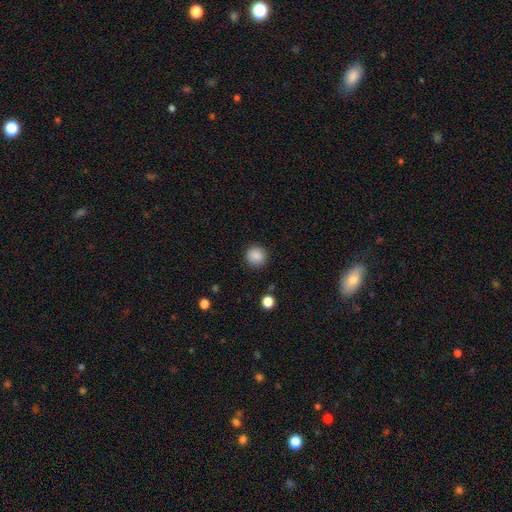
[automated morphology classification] Overall: smooth (88%). How rounded: round (94%). Merging: none (90%).